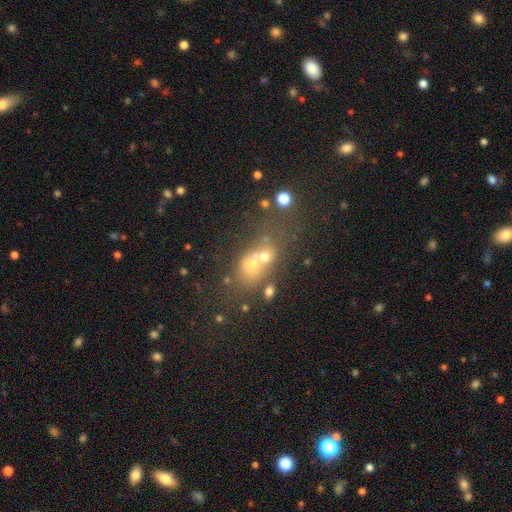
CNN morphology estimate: Q: Smooth or featured?
A: smooth (44%); runner-up: star or artifact (32%)
Q: Merging?
A: merger (39%); runner-up: none (37%)